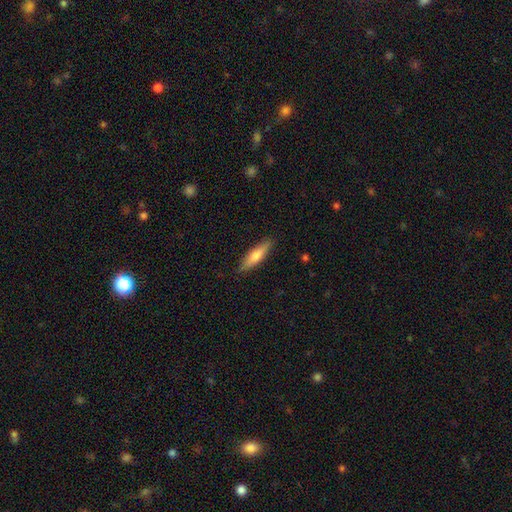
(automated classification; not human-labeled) This is likely a smooth galaxy (63%). How rounded: likely cigar-shaped (73%). Merging: clearly none (87%).